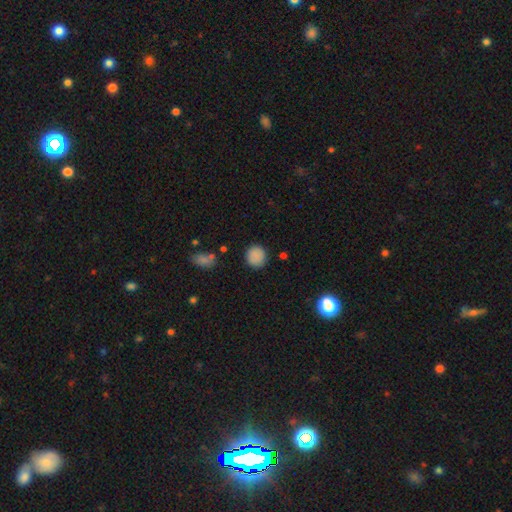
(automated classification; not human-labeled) A smooth galaxy with no disk features (87%) that is round (91%).

Vote fractions:
- Smooth or featured? smooth: 87% / star or artifact: 9% / featured or disk: 4%
- How rounded? round: 91% / in between: 8% / cigar-shaped: 1%
- Merging? none: 88% / minor disturbance: 8% / major disturbance: 3% / merger: 2%